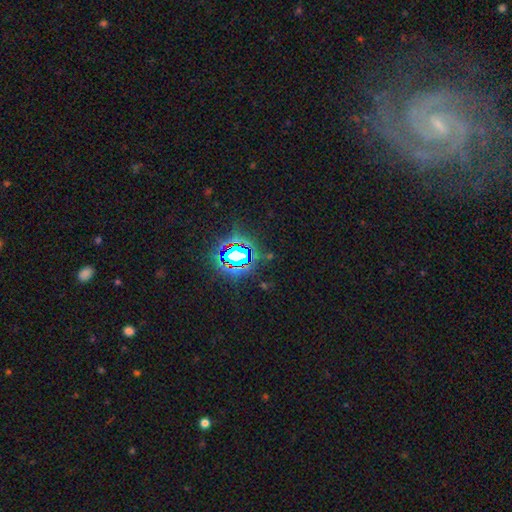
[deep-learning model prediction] Smooth or featured? star or artifact (81%)